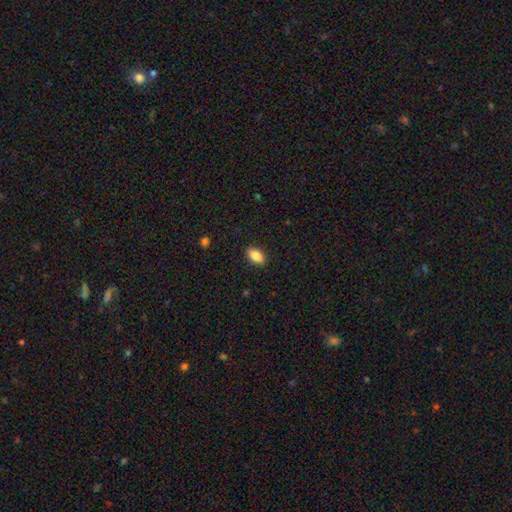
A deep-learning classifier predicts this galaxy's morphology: type=smooth (88%); roundness=in between (92%); merging=none (89%).